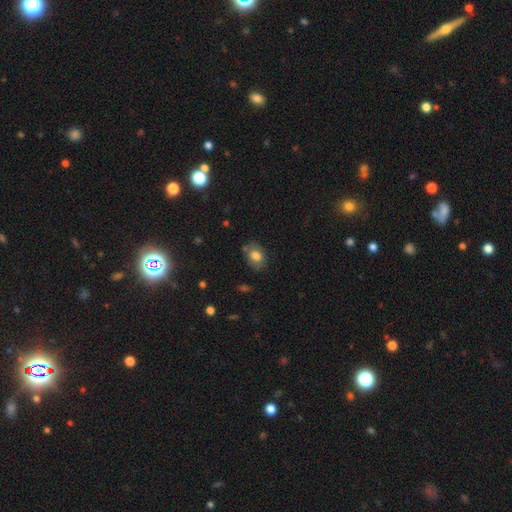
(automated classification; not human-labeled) Morphology: type=smooth (76%); roundness=in between (76%); merging=none (71%).